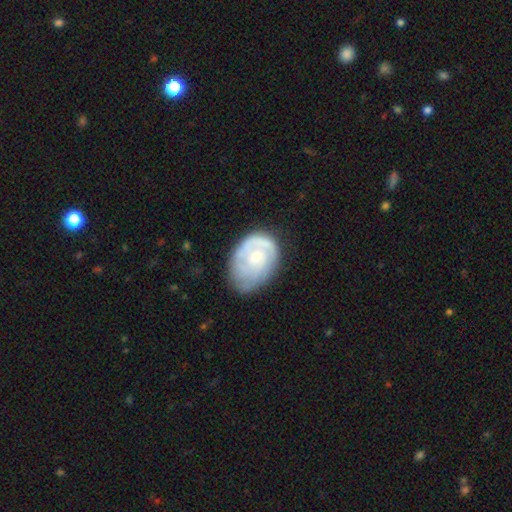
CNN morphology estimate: featured or disk 66%, smooth 28%, star or artifact 5%. Down the decision tree: edge-on disk — no (97%); bar — no (74%); spiral arms — yes (81%); spiral arm count — can't tell (38%); spiral winding — tight (61%); bulge size — small (50%); merging — none (60%).